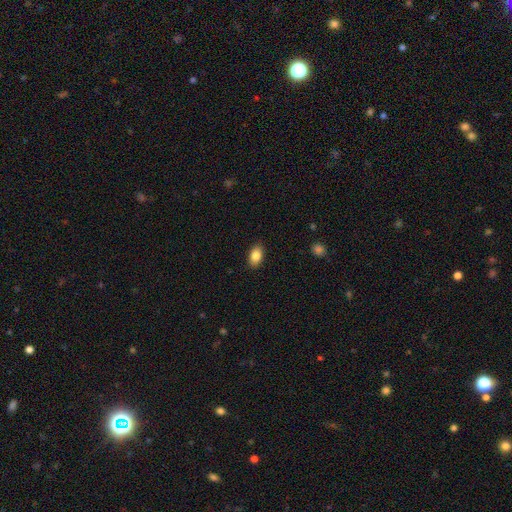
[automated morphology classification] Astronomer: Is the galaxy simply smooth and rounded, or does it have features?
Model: smooth — 86%.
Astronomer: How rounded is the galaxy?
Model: in between — 90%.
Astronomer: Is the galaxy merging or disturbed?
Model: none — 89%.